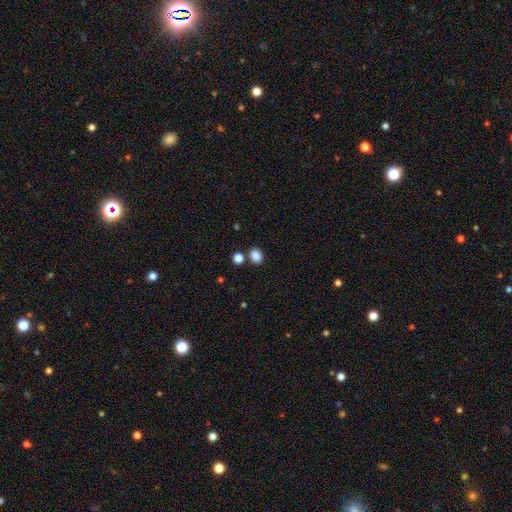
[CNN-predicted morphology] Smooth or featured? smooth (86%)
How rounded? in between (60%)
Merging? none (77%)